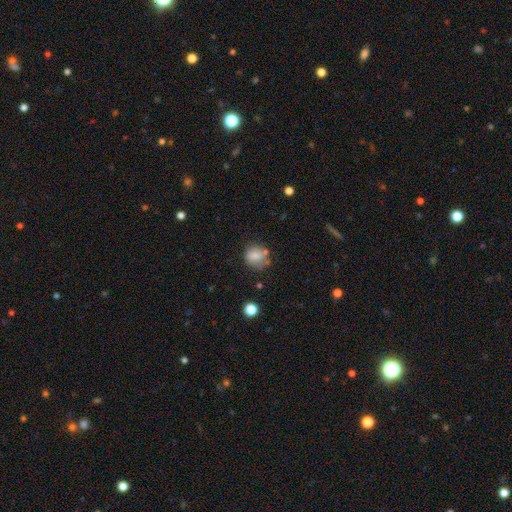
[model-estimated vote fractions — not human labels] smooth-or-featured: smooth: 74% | featured or disk: 15% | star or artifact: 10%
  how-rounded: round: 68% | in between: 31% | cigar-shaped: 1%
  merging: none: 61% | minor disturbance: 22% | merger: 9% | major disturbance: 8%